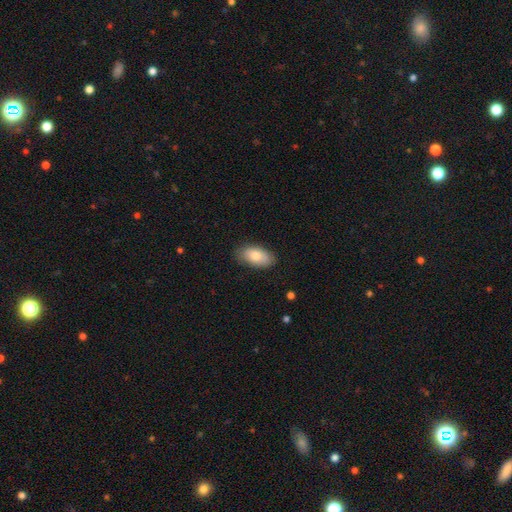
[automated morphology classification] Smooth or featured: smooth — 78% (featured or disk — 16%)
How rounded: in between — 93% (round — 4%)
Merging: none — 82% (minor disturbance — 15%)